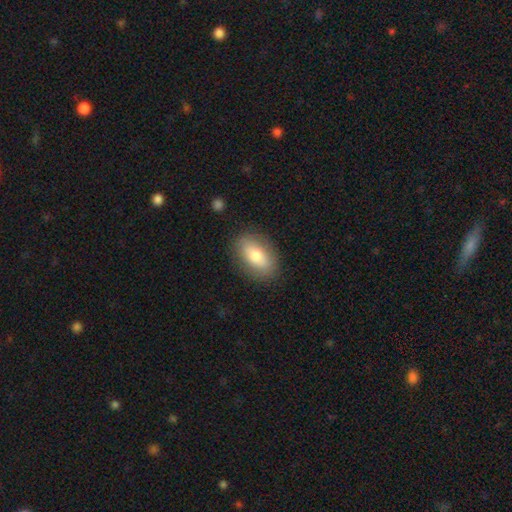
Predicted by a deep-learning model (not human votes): Overall: smooth (73%). How rounded: in between (88%). Merging: none (85%).